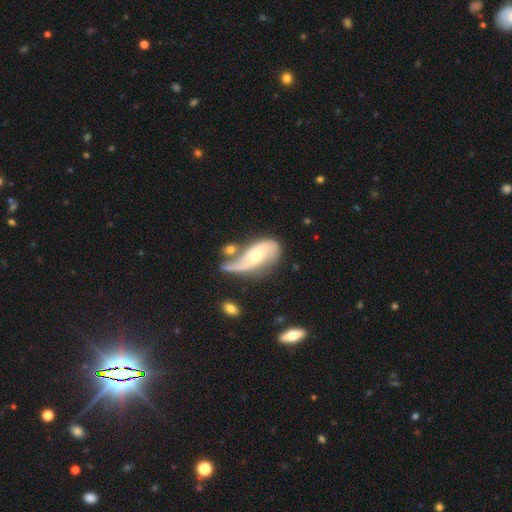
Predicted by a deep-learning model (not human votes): A featured or disk galaxy (77%) with no bar (53%), 2 (79%) loose (62%) spiral arms (92%) and a moderate central bulge (49%).

Vote fractions:
- Smooth or featured? featured or disk: 77% / smooth: 17% / star or artifact: 6%
- Edge-on disk? no: 94% / yes: 6%
- Bar? no: 53% / weak: 35% / strong: 12%
- Spiral arms? yes: 92% / no: 8%
- Spiral winding? loose: 62% / medium: 28% / tight: 10%
- Spiral arm count? 2: 79% / 1: 11% / can't tell: 7% / 3: 2% / 4: 1% / more than 4: 1%
- Bulge size? moderate: 49% / small: 44% / large: 4% / none: 2% / dominant: 1%
- Merging? none: 33% / minor disturbance: 23% / merger: 23% / major disturbance: 21%